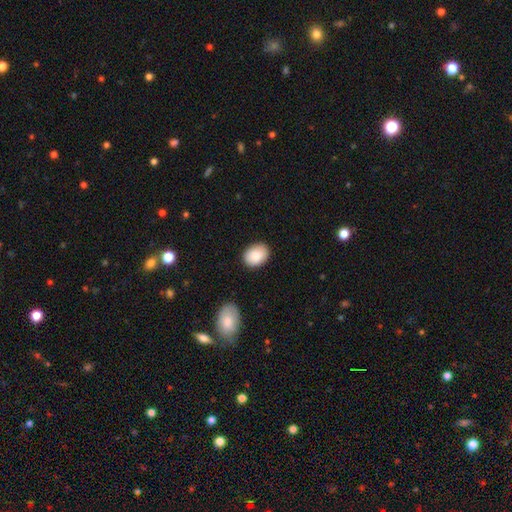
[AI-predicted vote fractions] Morphology: type=smooth (86%); roundness=in between (71%); merging=none (86%).